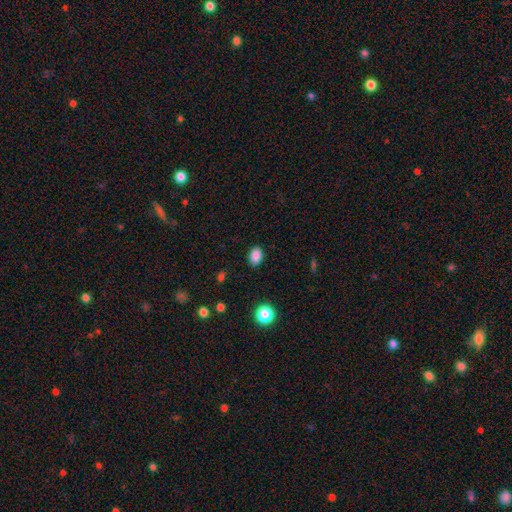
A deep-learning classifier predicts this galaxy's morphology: Smooth or featured: smooth — 87% (star or artifact — 10%)
How rounded: in between — 82% (round — 17%)
Merging: none — 88% (minor disturbance — 9%)